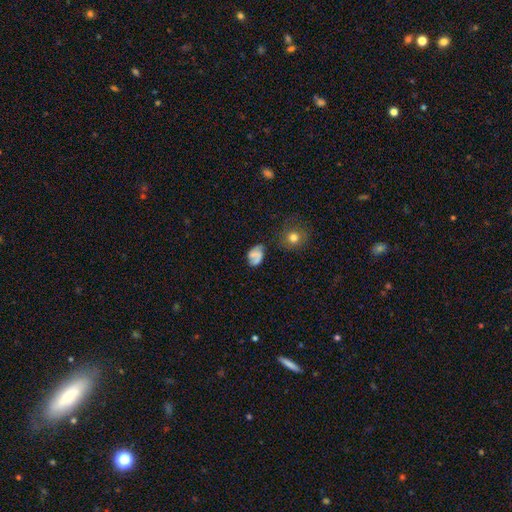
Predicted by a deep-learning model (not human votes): Smooth or featured?
  - smooth: 49% *
  - featured or disk: 38%
  - star or artifact: 12%
Merging?
  - none: 59% *
  - minor disturbance: 24%
  - major disturbance: 11%
  - merger: 6%